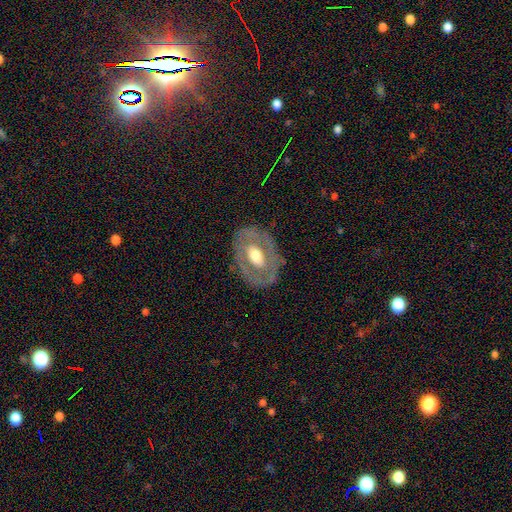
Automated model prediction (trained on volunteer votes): smooth_or_featured: featured or disk (p=0.61) [alt: smooth p=0.33]
disk_edge_on: no (p=0.92) [alt: yes p=0.08]
bar: no (p=0.56) [alt: weak p=0.28]
has_spiral_arms: no (p=0.76) [alt: yes p=0.24]
bulge_size: moderate (p=0.62) [alt: large p=0.24]
merging: none (p=0.77) [alt: minor disturbance p=0.15]